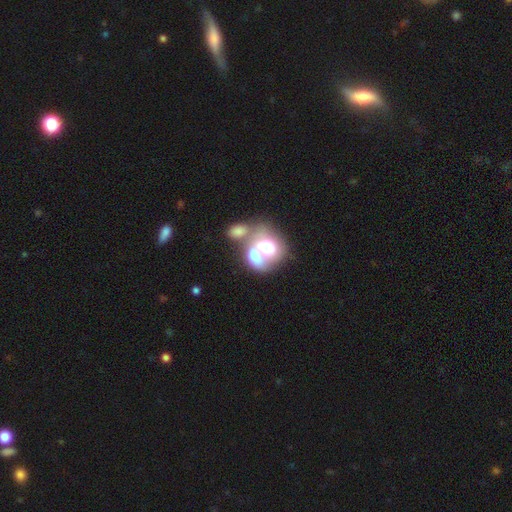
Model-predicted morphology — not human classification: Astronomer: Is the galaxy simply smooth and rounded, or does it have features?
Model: smooth — 56%.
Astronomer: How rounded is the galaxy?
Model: in between — 54% (runner-up: round, 45%).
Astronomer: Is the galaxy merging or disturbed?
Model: merger — 63%.